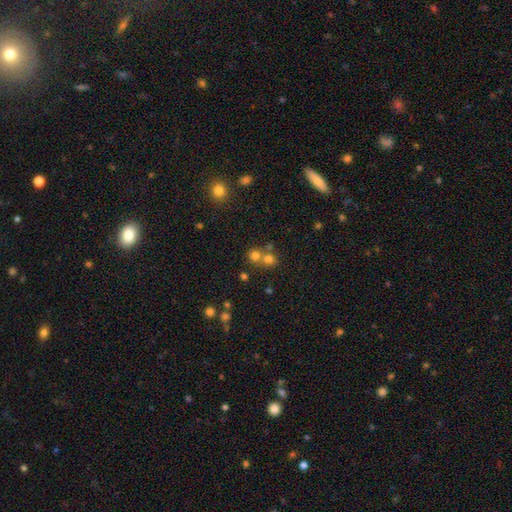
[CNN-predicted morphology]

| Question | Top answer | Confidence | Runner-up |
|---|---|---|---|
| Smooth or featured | smooth | 70% | star or artifact (19%) |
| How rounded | round | 86% | in between (13%) |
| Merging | none | 48% | merger (44%) |